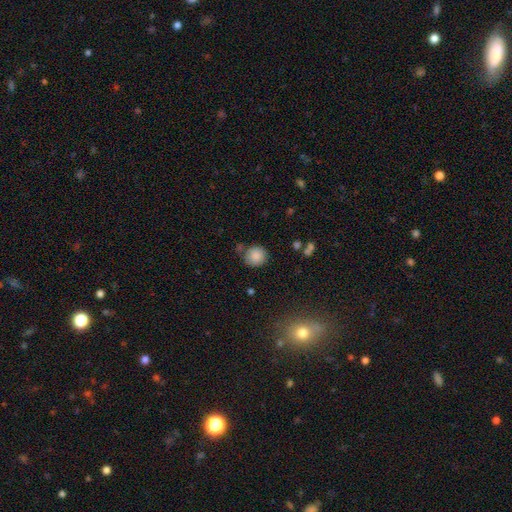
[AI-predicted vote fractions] smooth 86%, star or artifact 8%, featured or disk 6%. Down the decision tree: how rounded — round (90%); merging — none (75%).